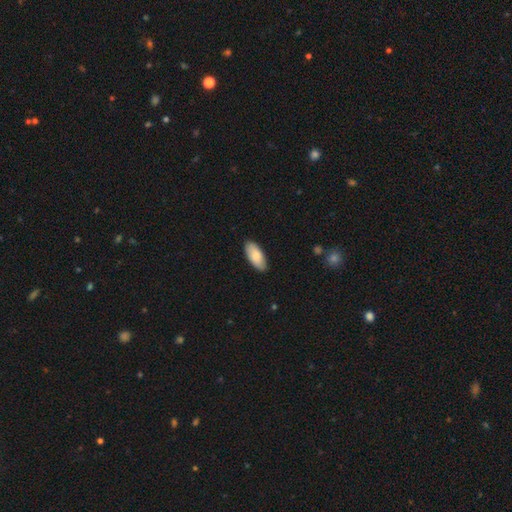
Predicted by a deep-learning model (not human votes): Overall: smooth (80%). How rounded: in between (89%). Merging: none (86%).